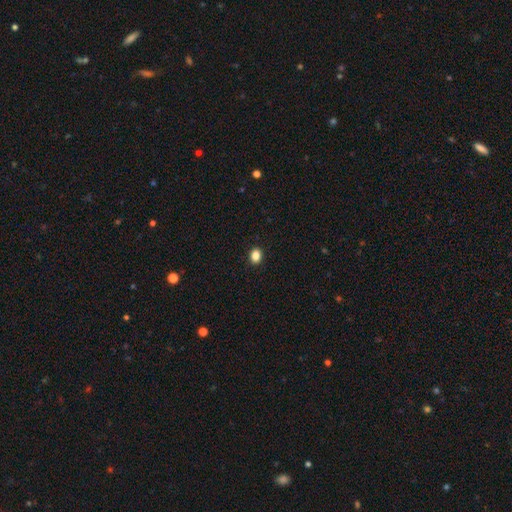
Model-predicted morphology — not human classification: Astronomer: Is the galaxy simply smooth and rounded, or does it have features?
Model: smooth — 85%.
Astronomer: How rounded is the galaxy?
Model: in between — 50% (runner-up: round, 49%).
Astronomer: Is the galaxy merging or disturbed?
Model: none — 92%.